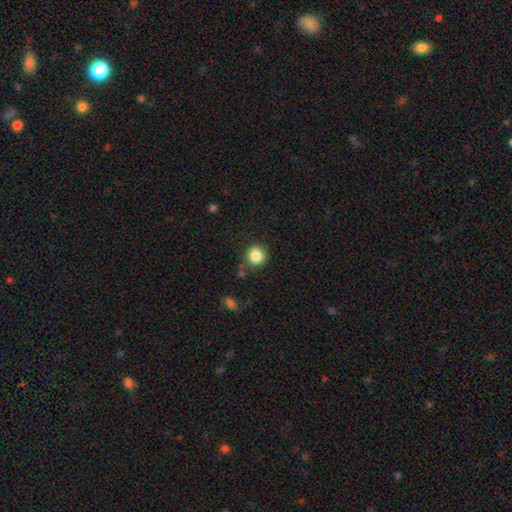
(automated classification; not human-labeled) This appears to be a smooth galaxy with no disk features (86%) that is round (93%). Merging: none (83%).